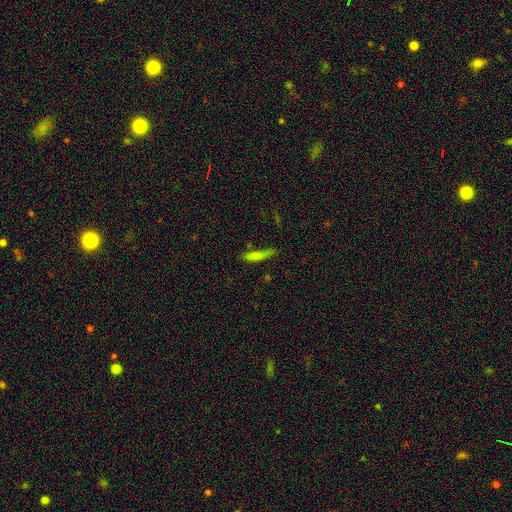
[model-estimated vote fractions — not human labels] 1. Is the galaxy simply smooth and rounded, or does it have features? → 71% smooth, 19% featured or disk, 10% star or artifact.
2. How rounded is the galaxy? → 84% cigar-shaped, 14% in between, 2% round.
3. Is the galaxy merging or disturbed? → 68% none, 21% minor disturbance, 6% major disturbance, 5% merger.